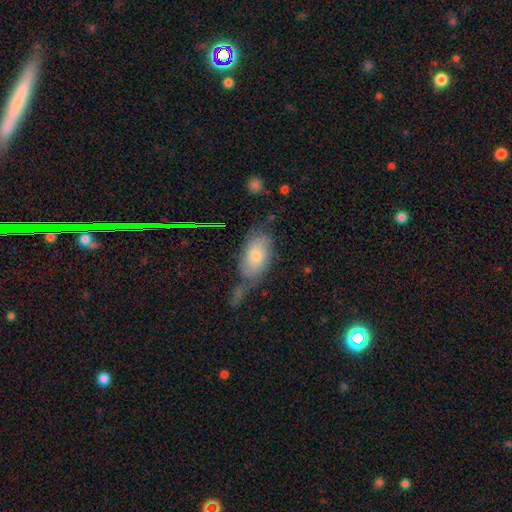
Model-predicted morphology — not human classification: Smooth or featured?
  - smooth: 63% *
  - featured or disk: 26%
  - star or artifact: 10%
How rounded?
  - in between: 91% *
  - round: 5%
  - cigar-shaped: 4%
Merging?
  - none: 48% *
  - minor disturbance: 27%
  - merger: 13%
  - major disturbance: 13%